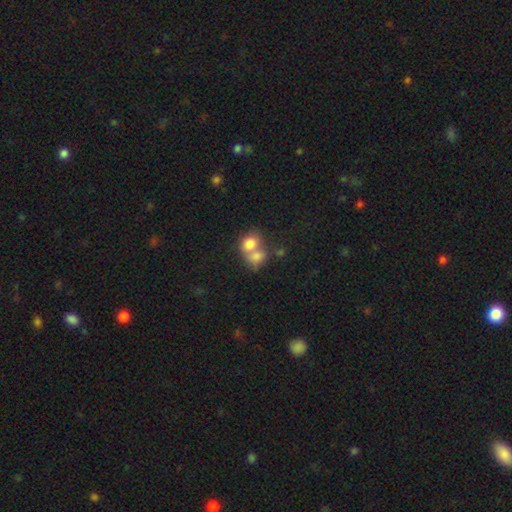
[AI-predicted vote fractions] Smooth or featured? Predicted: smooth (p=0.76). How rounded? Predicted: in between (p=0.55). Merging? Predicted: merger (p=0.69).